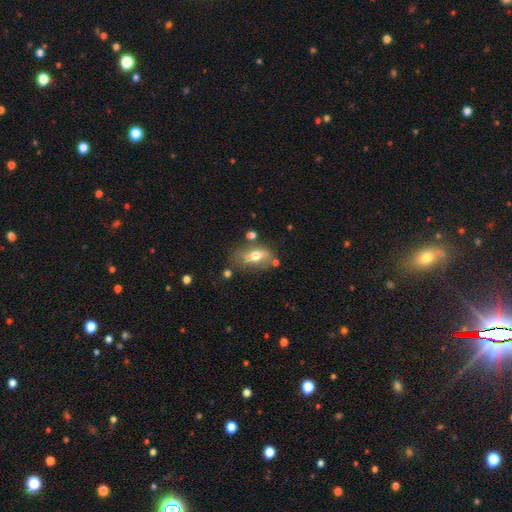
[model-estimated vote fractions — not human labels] The model was most divided on "smooth or featured": smooth: 51%, featured or disk: 41%, star or artifact: 8%. More confident: how rounded — in between (84%); merging — none (56%).